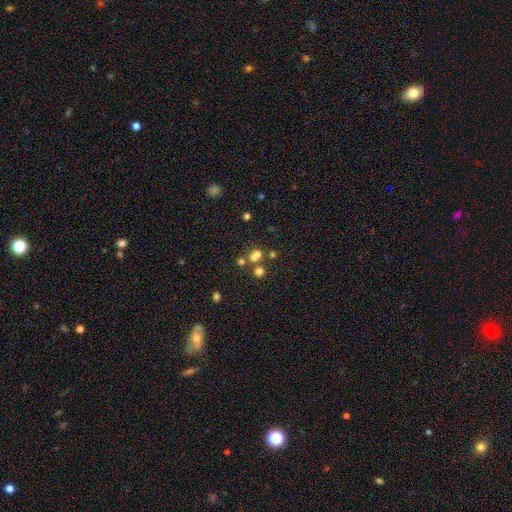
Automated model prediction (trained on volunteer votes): Smooth or featured?
  - smooth: 63% *
  - star or artifact: 24%
  - featured or disk: 13%
How rounded?
  - round: 66% *
  - in between: 32%
  - cigar-shaped: 1%
Merging?
  - none: 46% *
  - merger: 41%
  - minor disturbance: 8%
  - major disturbance: 5%